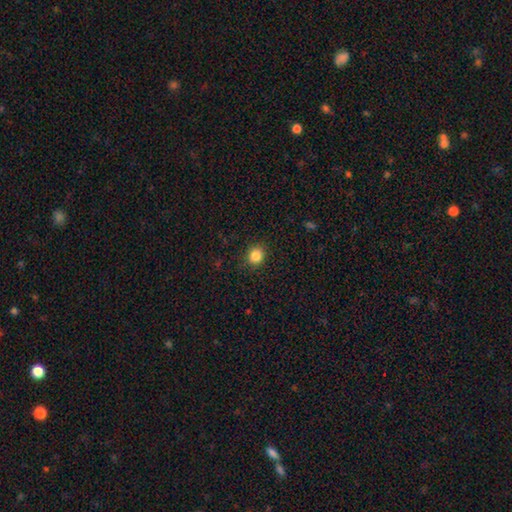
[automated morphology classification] Smooth or featured?
  - smooth: 85% *
  - star or artifact: 11%
  - featured or disk: 4%
How rounded?
  - round: 81% *
  - in between: 18%
  - cigar-shaped: 1%
Merging?
  - none: 89% *
  - minor disturbance: 7%
  - major disturbance: 2%
  - merger: 1%